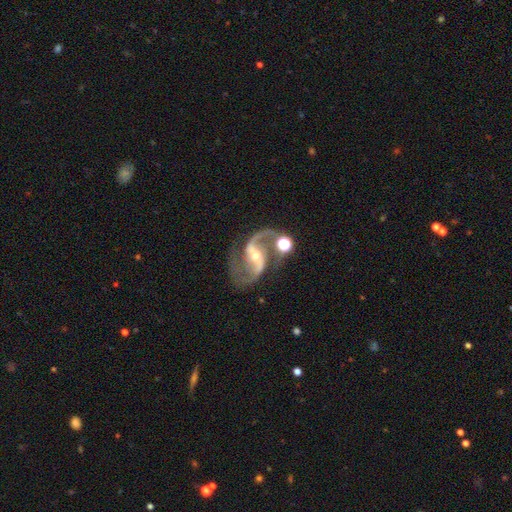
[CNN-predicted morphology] smooth-or-featured: featured or disk: 91% | star or artifact: 6% | smooth: 3%
  disk-edge-on: no: 98% | yes: 2%
    bar: strong: 43% | weak: 36% | no: 21%
    has-spiral-arms: yes: 98% | no: 2%
      spiral-winding: medium: 52% | loose: 38% | tight: 10%
      spiral-arm-count: 2: 94% | can't tell: 2% | 1: 1% | 3: 1% | 4: 1% | more than 4: 1%
    bulge-size: small: 54% | moderate: 43% | large: 2% | none: 1% | dominant: 1%
  merging: none: 65% | minor disturbance: 14% | merger: 12% | major disturbance: 9%